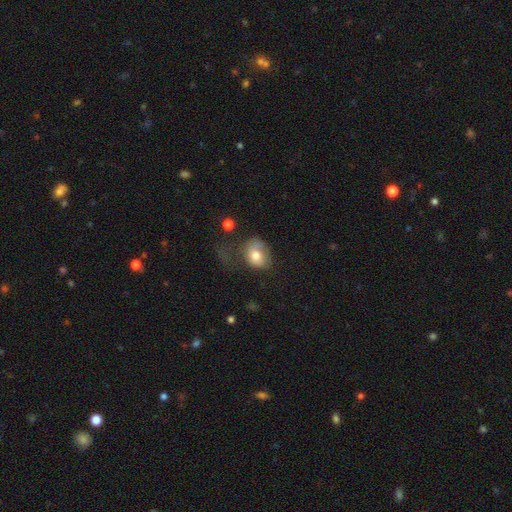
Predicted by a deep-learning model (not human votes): Smooth or featured: smooth — 66% (featured or disk — 26%)
How rounded: in between — 56% (round — 43%)
Merging: major disturbance — 39% (none — 29%)